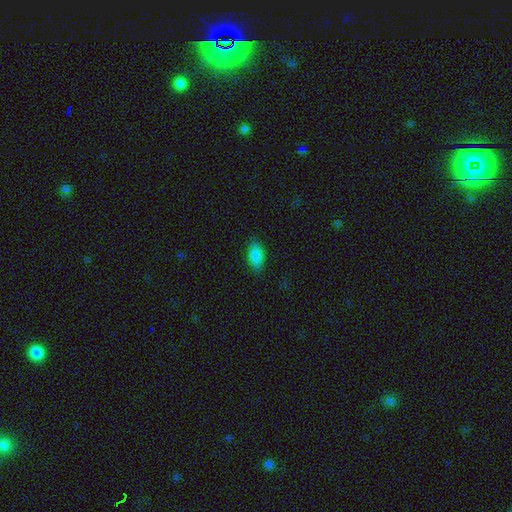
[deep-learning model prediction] A smooth galaxy with no disk features (86%) that is in between round and cigar-shaped (90%). Merging: none (83%).